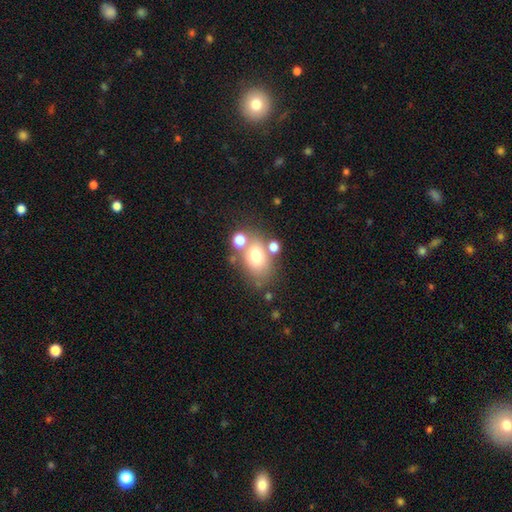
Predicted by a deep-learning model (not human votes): Morphology: type=smooth (69%); roundness=in between (75%); merging=none (58%).